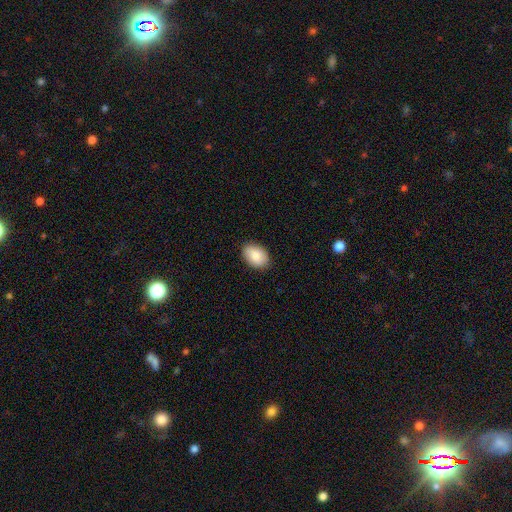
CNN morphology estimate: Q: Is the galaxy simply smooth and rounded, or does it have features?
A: smooth — 86%.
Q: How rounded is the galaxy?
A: in between — 86%.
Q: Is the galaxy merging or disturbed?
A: none — 88%.